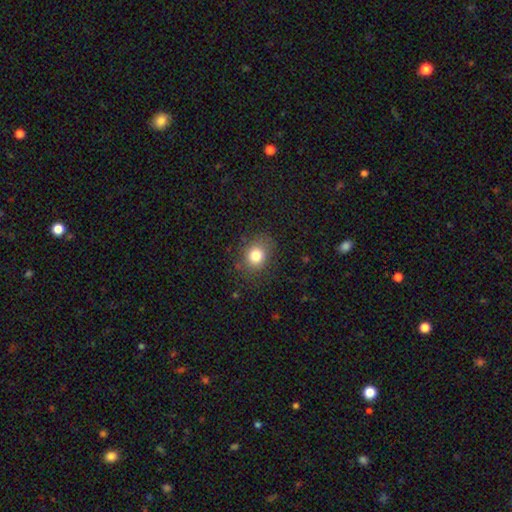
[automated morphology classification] smooth 81%, star or artifact 11%, featured or disk 8%. Down the decision tree: how rounded — round (59%); merging — none (82%).